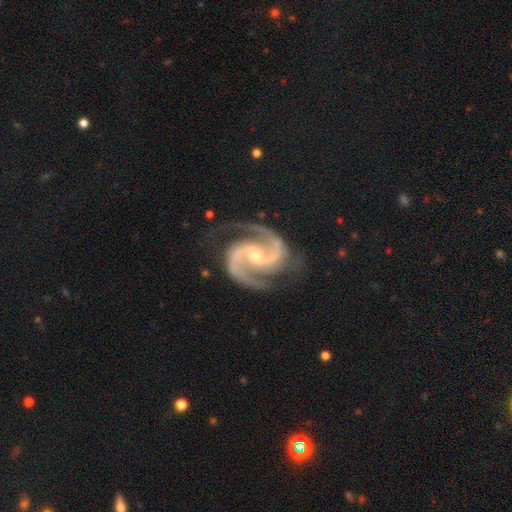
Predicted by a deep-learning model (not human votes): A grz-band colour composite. It shows a featured or disk galaxy (95%) with a weak bar (40%), 2 (91%) medium (66%) spiral arms (99%) and a small central bulge (54%). Merging: none (78%).